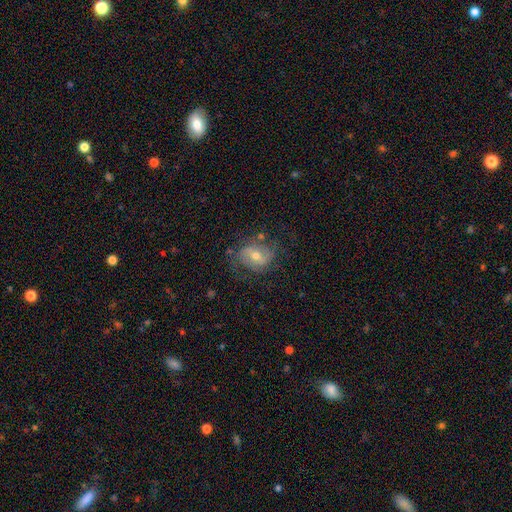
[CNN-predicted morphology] type=featured or disk (61%); edge-on=no (95%); bar=weak (45%); spiral arms=yes (76%); bulge=moderate (62%); merging=none (61%).